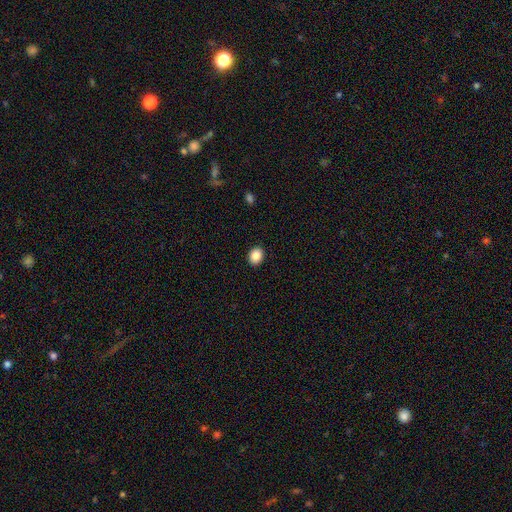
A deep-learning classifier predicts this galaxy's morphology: Q: Smooth or featured?
A: smooth (87%); runner-up: star or artifact (9%)
Q: How rounded?
A: in between (51%); runner-up: round (48%)
Q: Merging?
A: none (91%); runner-up: minor disturbance (6%)